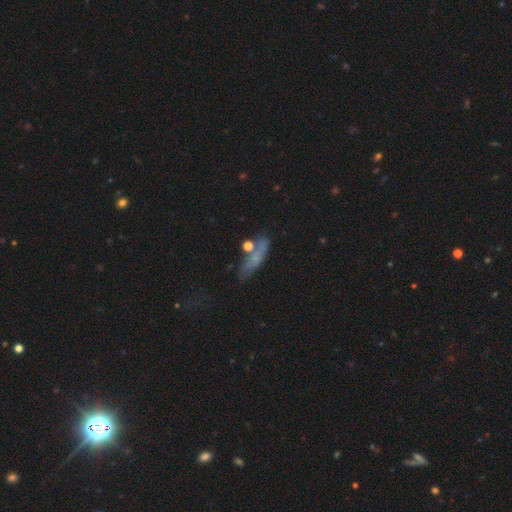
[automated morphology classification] A smooth galaxy with no disk features (55%) that is cigar-shaped (50%).

Vote fractions:
- Smooth or featured? smooth: 55% / featured or disk: 29% / star or artifact: 16%
- How rounded? cigar-shaped: 50% / in between: 43% / round: 8%
- Merging? none: 54% / minor disturbance: 23% / major disturbance: 13% / merger: 10%